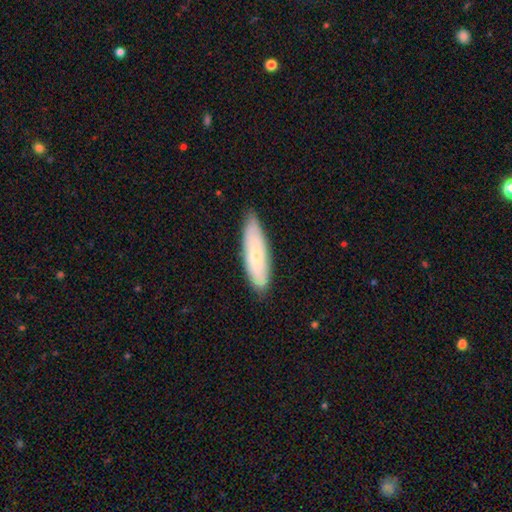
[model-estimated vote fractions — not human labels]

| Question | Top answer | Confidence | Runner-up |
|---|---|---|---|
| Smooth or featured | smooth | 61% | featured or disk (33%) |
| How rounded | cigar-shaped | 62% | in between (36%) |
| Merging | none | 82% | minor disturbance (14%) |